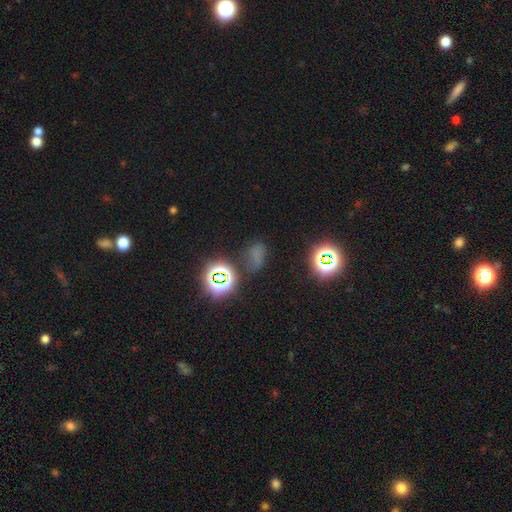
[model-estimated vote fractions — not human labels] A star or artifact, not a galaxy (45%).

Vote fractions:
- Smooth or featured? star or artifact: 45% / smooth: 44% / featured or disk: 12%